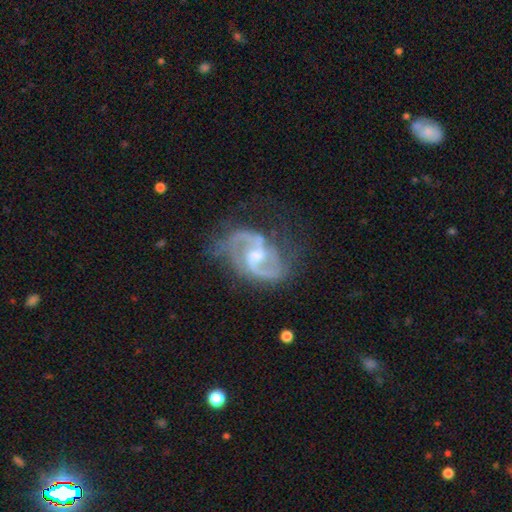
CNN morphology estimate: featured or disk 91%, star or artifact 5%, smooth 4%. Down the decision tree: edge-on disk — no (98%); bar — weak (57%); spiral arms — yes (97%); spiral arm count — 2 (90%); spiral winding — medium (59%); bulge size — moderate (51%); merging — none (64%).